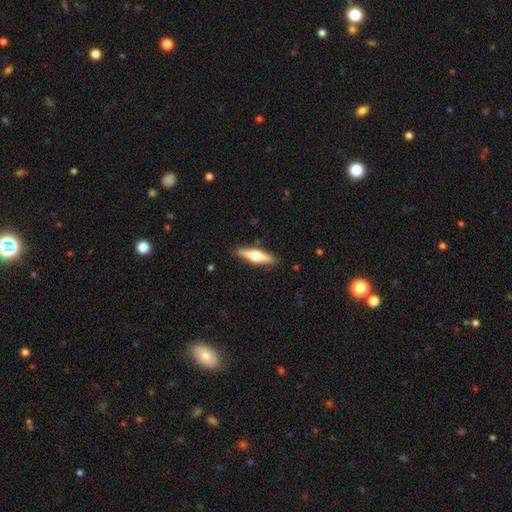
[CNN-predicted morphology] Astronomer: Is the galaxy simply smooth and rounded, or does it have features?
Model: featured or disk — 50% (runner-up: smooth, 45%).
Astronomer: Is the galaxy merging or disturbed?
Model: none — 89%.